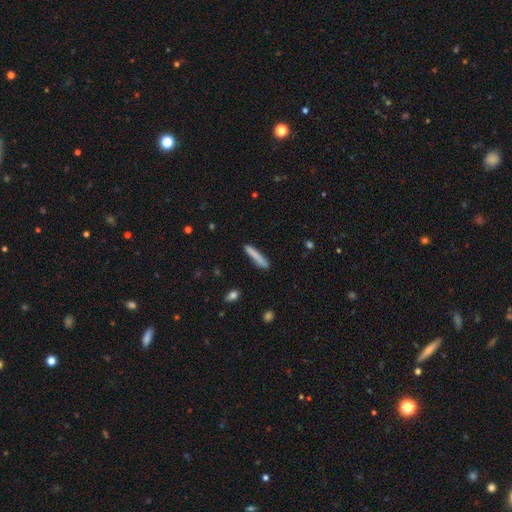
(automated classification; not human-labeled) A smooth galaxy with no disk features (79%) that is cigar-shaped (93%).

Vote fractions:
- Smooth or featured? smooth: 79% / featured or disk: 15% / star or artifact: 6%
- How rounded? cigar-shaped: 93% / in between: 5% / round: 1%
- Merging? none: 82% / minor disturbance: 13% / major disturbance: 3% / merger: 3%